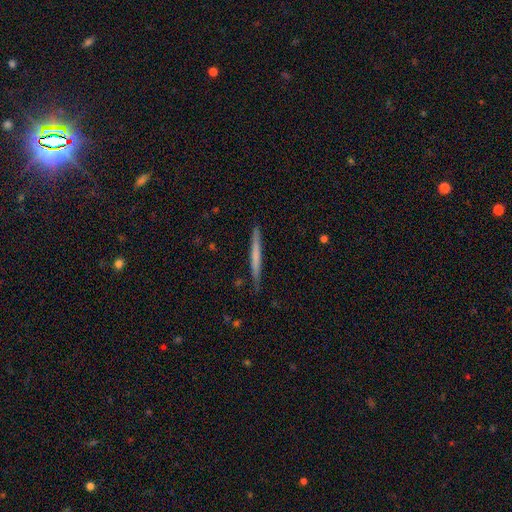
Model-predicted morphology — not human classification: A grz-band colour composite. It shows a smooth galaxy with no disk features (53%) that is cigar-shaped (97%). Merging: none (87%).